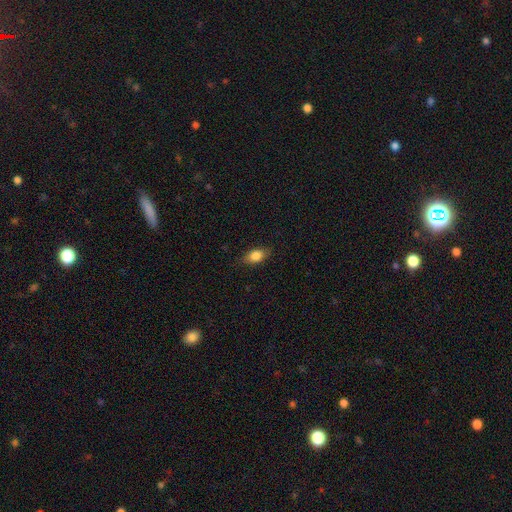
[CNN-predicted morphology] Smooth or featured: smooth — 82% (featured or disk — 10%)
How rounded: in between — 84% (round — 9%)
Merging: none — 82% (minor disturbance — 14%)